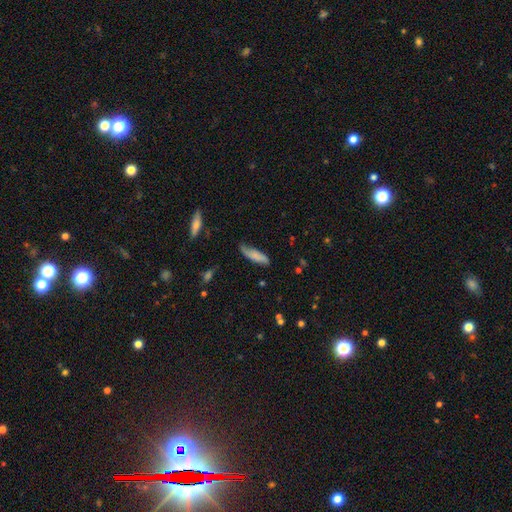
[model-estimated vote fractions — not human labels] Overall: smooth (70%). How rounded: cigar-shaped (57%; in between 42%). Merging: none (56%; minor disturbance 33%).